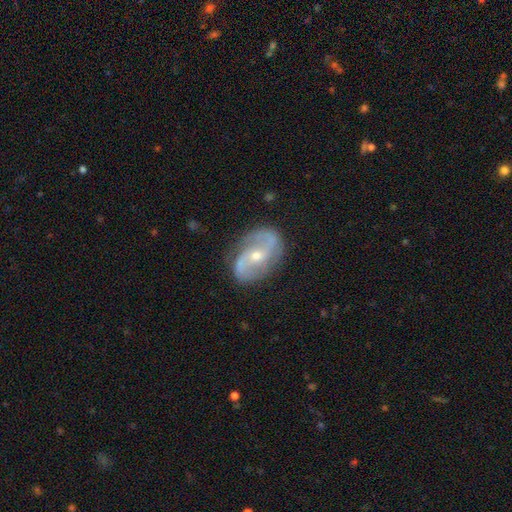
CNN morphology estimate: Smooth or featured? featured or disk (87%)
Edge-on disk? no (97%)
Bar? no (44%)
Spiral arms? yes (95%)
Spiral winding? loose (43%)
Spiral arm count? 2 (92%)
Bulge size? small (52%)
Merging? none (81%)